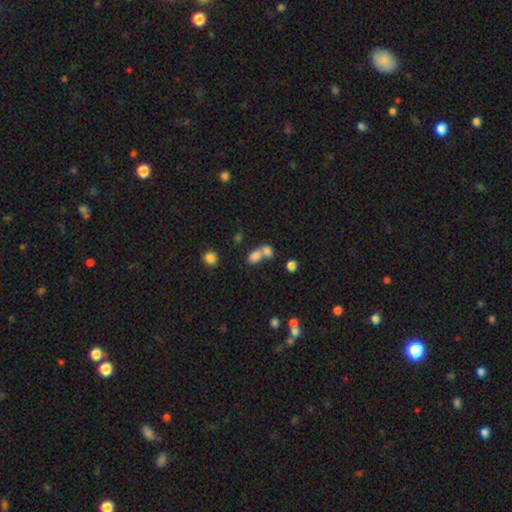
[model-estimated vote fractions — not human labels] This is likely a smooth galaxy (78%). How rounded: likely in between (77%). Merging: likely merger (61%).